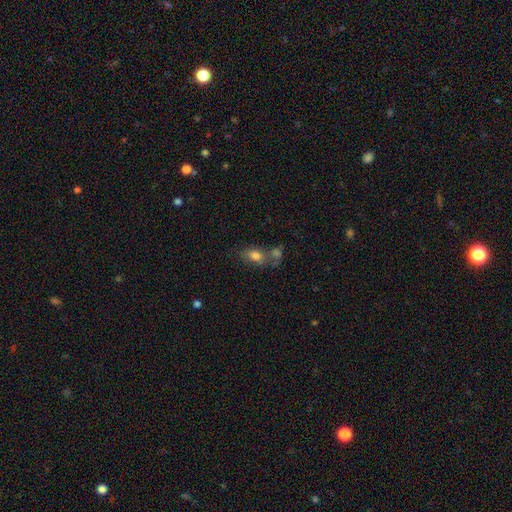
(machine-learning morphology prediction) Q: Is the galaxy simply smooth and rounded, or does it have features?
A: smooth — 76%.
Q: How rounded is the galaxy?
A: in between — 80%.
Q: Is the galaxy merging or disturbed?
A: none — 41%.